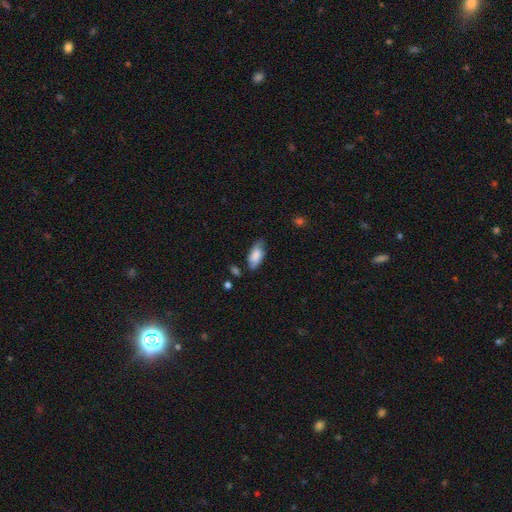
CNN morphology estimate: A smooth galaxy with no disk features (81%) that is in between round and cigar-shaped (89%).

Vote fractions:
- Smooth or featured? smooth: 81% / featured or disk: 13% / star or artifact: 7%
- How rounded? in between: 89% / cigar-shaped: 9% / round: 2%
- Merging? none: 69% / minor disturbance: 24% / major disturbance: 5% / merger: 3%